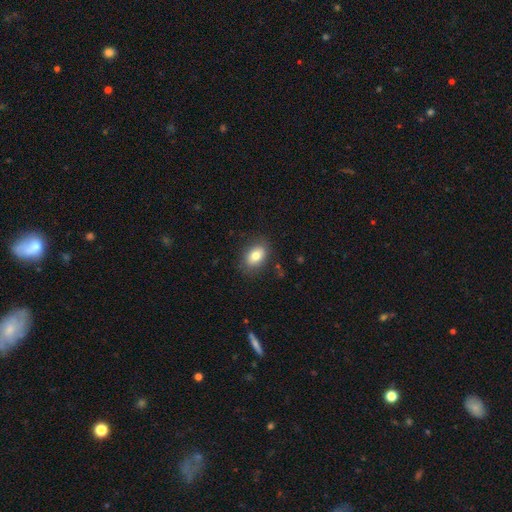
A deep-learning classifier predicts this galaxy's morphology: Smooth or featured? Predicted: smooth (p=0.78). How rounded? Predicted: in between (p=0.82). Merging? Predicted: none (p=0.84).